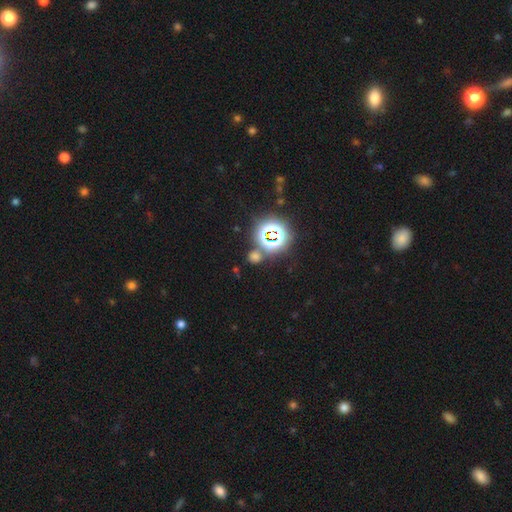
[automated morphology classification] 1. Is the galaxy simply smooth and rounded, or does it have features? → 59% star or artifact, 34% smooth, 7% featured or disk.